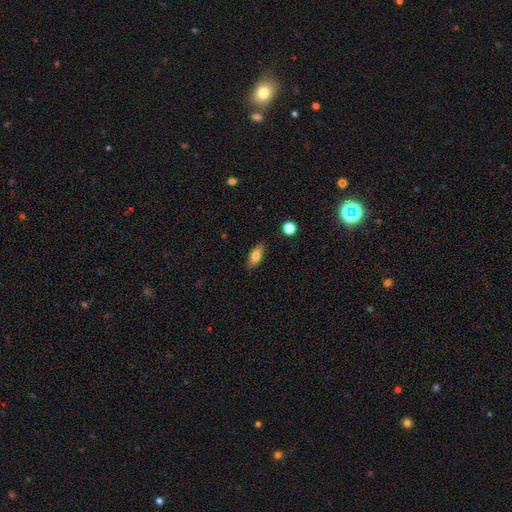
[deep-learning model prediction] A smooth galaxy with no disk features (80%) that is in between round and cigar-shaped (84%).

Vote fractions:
- Smooth or featured? smooth: 80% / featured or disk: 13% / star or artifact: 8%
- How rounded? in between: 84% / cigar-shaped: 12% / round: 4%
- Merging? none: 84% / minor disturbance: 12% / major disturbance: 2% / merger: 1%